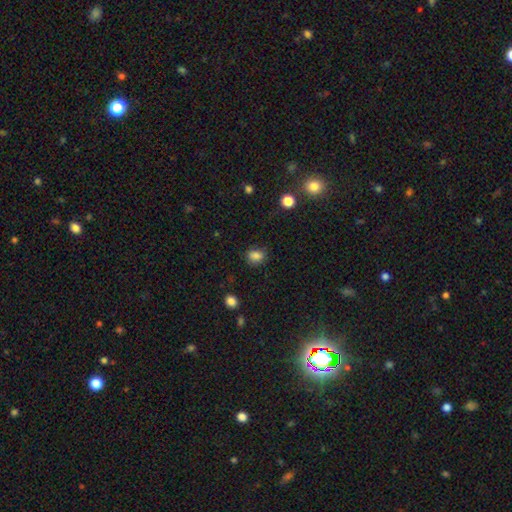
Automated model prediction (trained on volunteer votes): The model was most divided on "how rounded": round: 50%, in between: 49%, cigar-shaped: 1%. More confident: smooth or featured — smooth (84%); merging — none (80%).